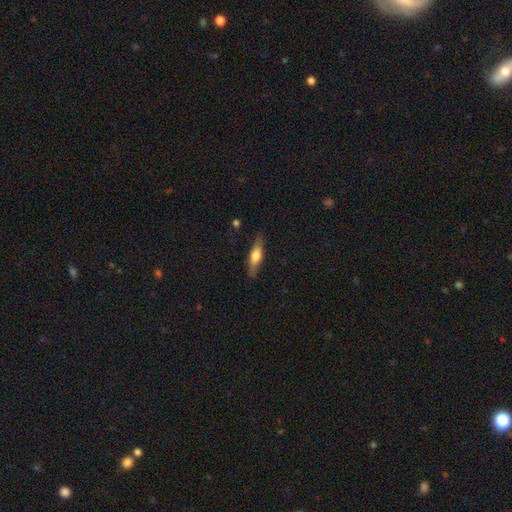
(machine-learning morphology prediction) This appears to be a smooth galaxy with no disk features (58%) that is cigar-shaped (63%). Merging: none (81%).